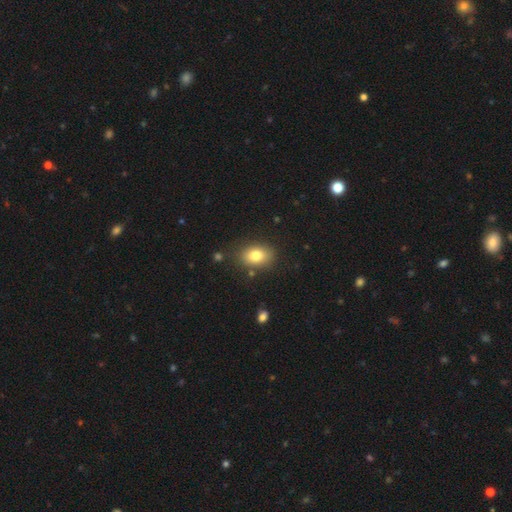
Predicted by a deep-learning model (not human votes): Q: Smooth or featured?
A: smooth (80%); runner-up: featured or disk (11%)
Q: How rounded?
A: in between (78%); runner-up: round (20%)
Q: Merging?
A: none (82%); runner-up: minor disturbance (12%)